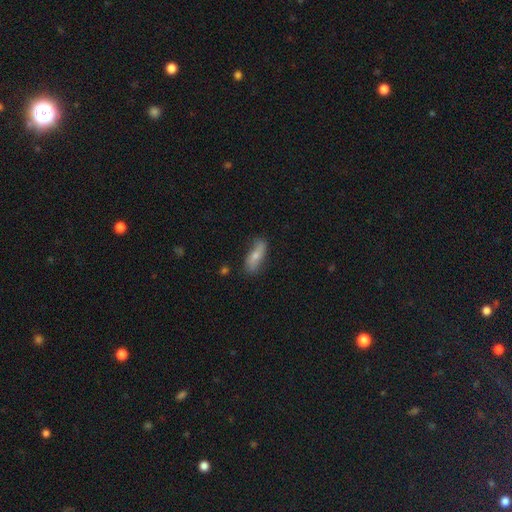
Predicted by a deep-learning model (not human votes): The model was most divided on "how rounded": in between: 59%, cigar-shaped: 37%, round: 3%. More confident: merging — none (71%); smooth or featured — smooth (61%).